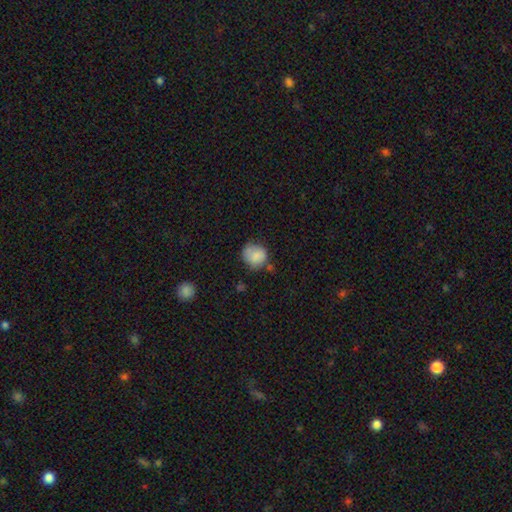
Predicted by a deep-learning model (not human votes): smooth 82%, featured or disk 10%, star or artifact 9%. Down the decision tree: how rounded — round (77%); merging — none (58%).